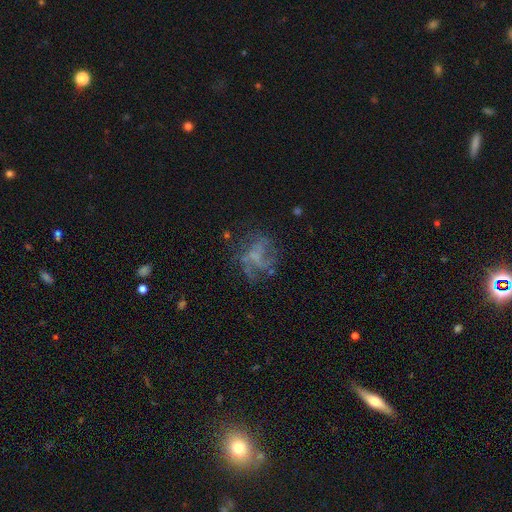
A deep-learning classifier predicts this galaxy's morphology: This is likely a featured or disk galaxy (61%). It is clearly not viewed edge-on (98%). Bar: likely no (68%). Spiral arm pattern: possibly yes (59%). Central bulge: likely none (67%). Merging: possibly none (55%).